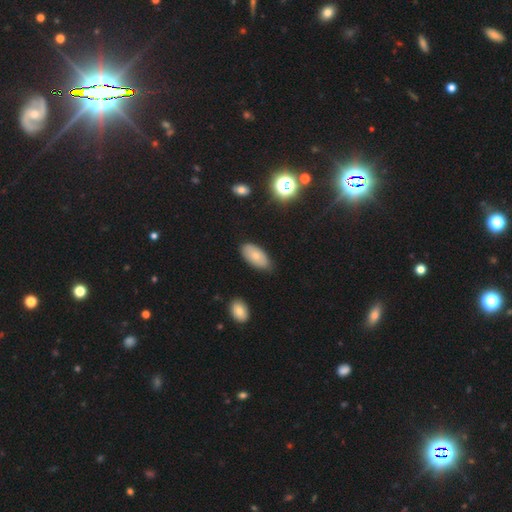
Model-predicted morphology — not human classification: This appears to be a smooth galaxy with no disk features (72%) that is in between round and cigar-shaped (93%). Merging: none (77%).